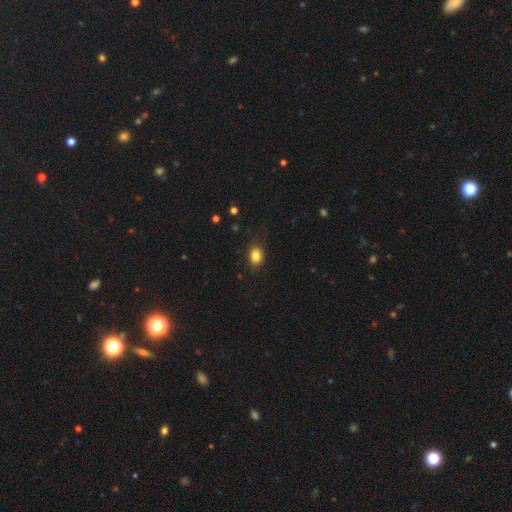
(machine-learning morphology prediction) This appears to be a smooth galaxy with no disk features (85%) that is in between round and cigar-shaped (71%). Merging: none (83%).